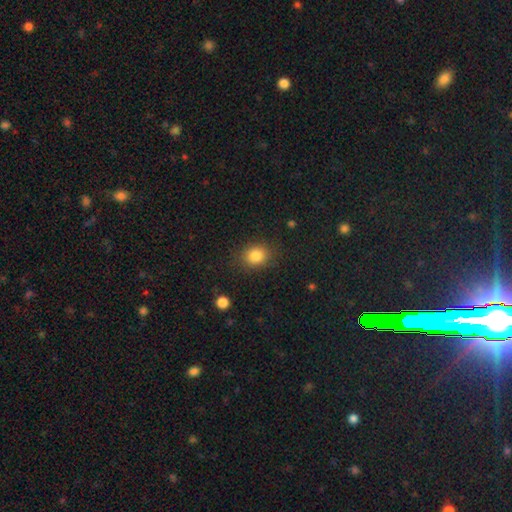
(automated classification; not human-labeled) Morphology: type=smooth (84%); roundness=round (62%); merging=none (84%).